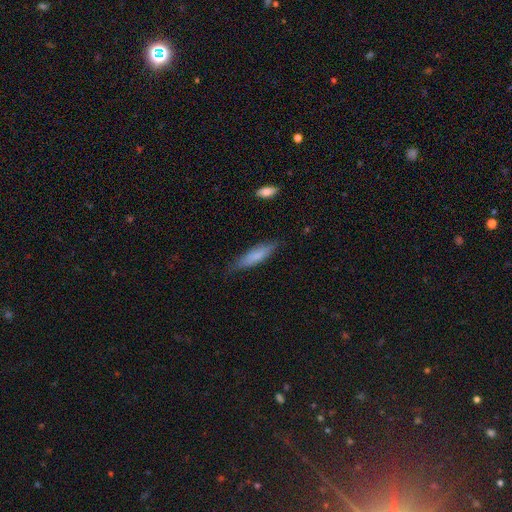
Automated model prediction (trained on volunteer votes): Morphology: type=smooth (74%); roundness=cigar-shaped (73%); merging=none (77%).